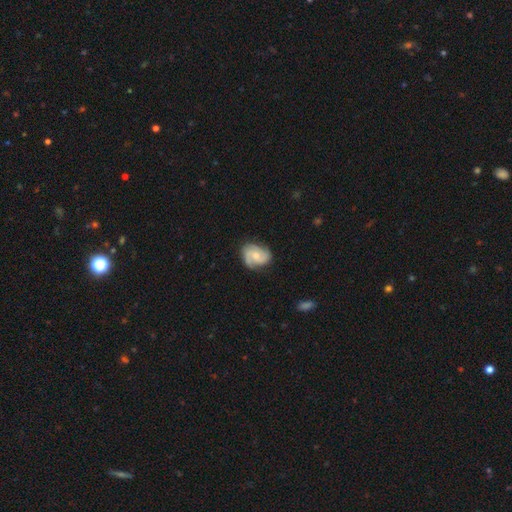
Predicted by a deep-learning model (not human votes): Overall: featured or disk (71%). Edge-on disk: no (98%). Bar: no (63%; weak 32%). Spiral arms: yes (94%). Spiral arm count: 2 (59%; 3 21%). Spiral winding: medium (45%; tight 36%). Bulge size: moderate (51%; small 41%). Merging: none (71%).